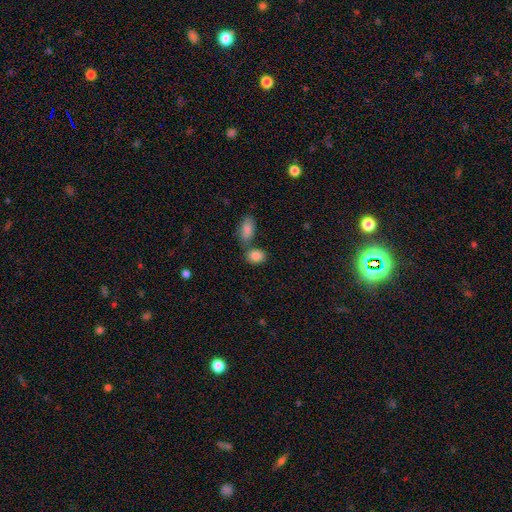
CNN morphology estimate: Overall: smooth (87%). How rounded: in between (72%). Merging: none (57%; merger 27%).